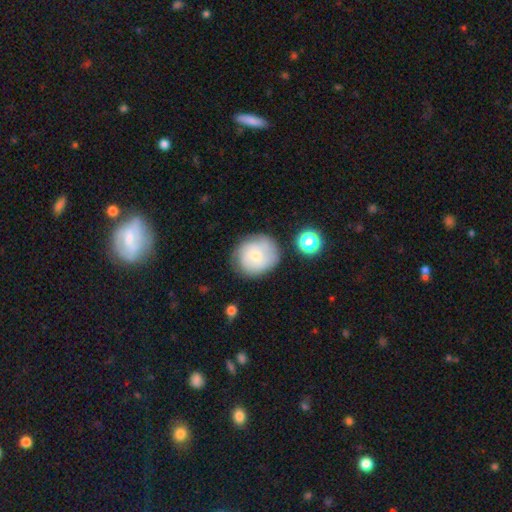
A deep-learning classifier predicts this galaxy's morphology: Q: Smooth or featured?
A: smooth (58%); runner-up: featured or disk (33%)
Q: How rounded?
A: round (83%); runner-up: in between (16%)
Q: Merging?
A: none (68%); runner-up: minor disturbance (19%)